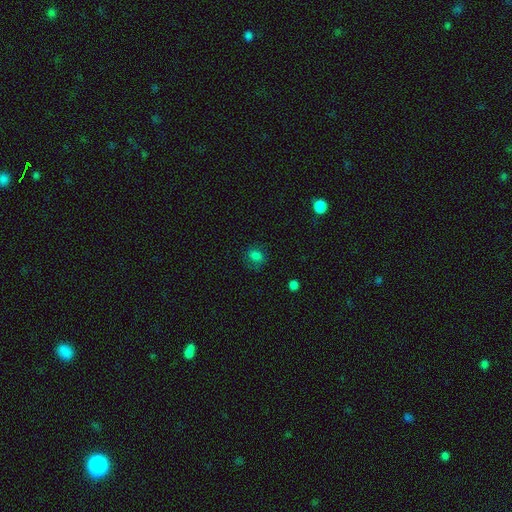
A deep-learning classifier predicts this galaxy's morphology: smooth 77%, star or artifact 15%, featured or disk 8%. Down the decision tree: how rounded — round (53%); merging — none (70%).